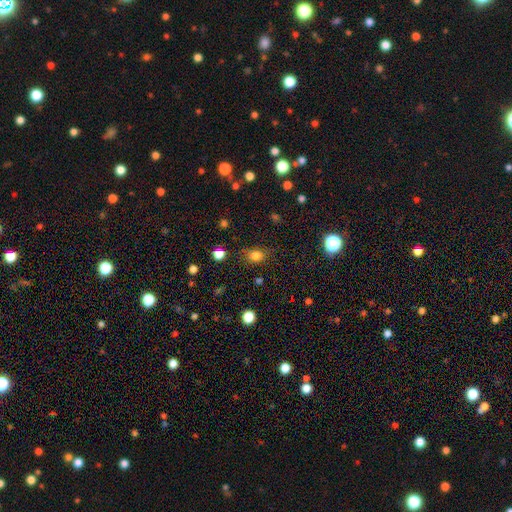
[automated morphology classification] Smooth or featured? Predicted: smooth (p=0.79). How rounded? Predicted: in between (p=0.52). Merging? Predicted: none (p=0.78).